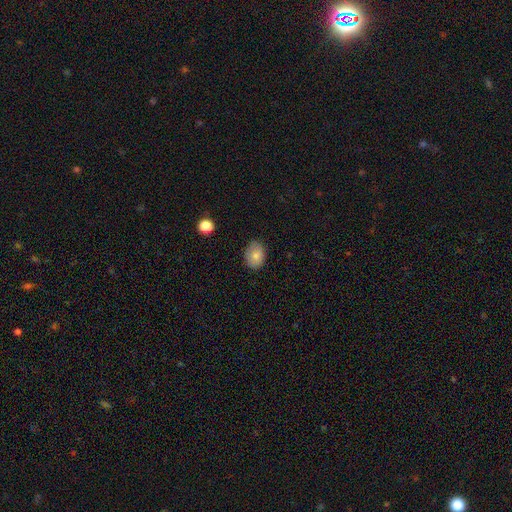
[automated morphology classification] Smooth or featured? Predicted: smooth (p=0.80). How rounded? Predicted: in between (p=0.69). Merging? Predicted: none (p=0.79).